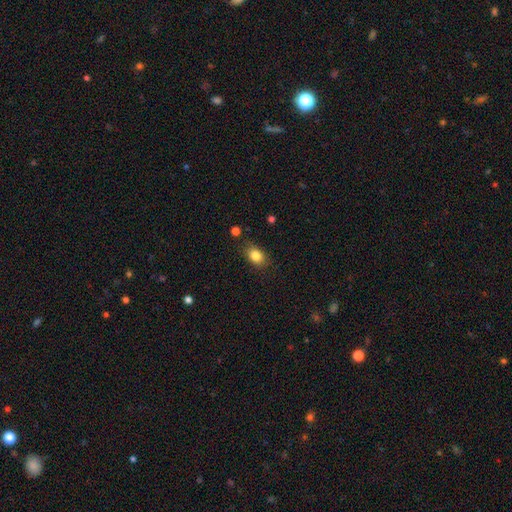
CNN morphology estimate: Smooth or featured? smooth (83%)
How rounded? in between (72%)
Merging? none (82%)